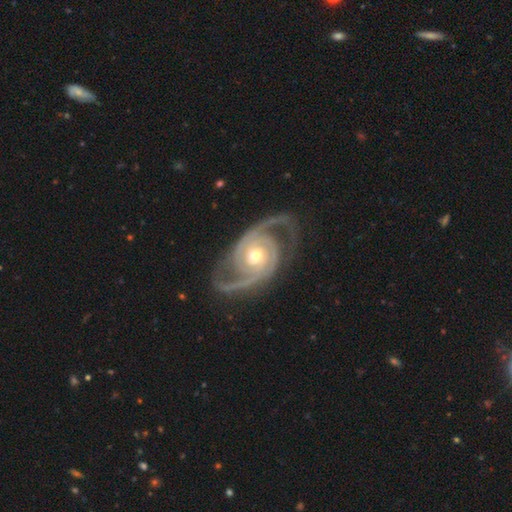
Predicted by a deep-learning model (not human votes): This is clearly a featured or disk galaxy (94%). It is clearly not viewed edge-on (97%). Bar: likely no (67%). Spiral arm pattern: clearly yes (99%). Spiral arm count: clearly 2 (85%). Spiral winding: possibly medium (45%, tied with tight). Central bulge: likely moderate (66%). Merging: likely none (78%).